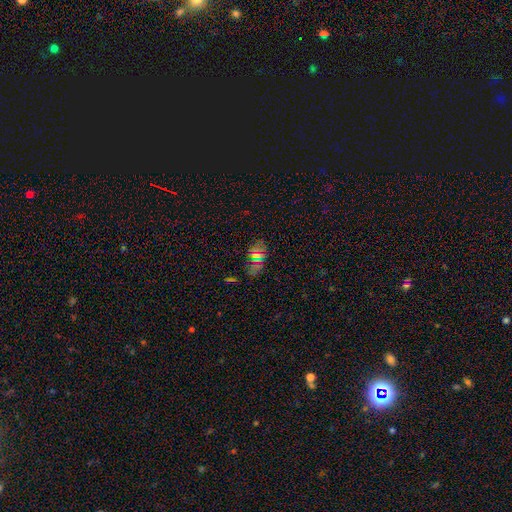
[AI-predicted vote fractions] A smooth galaxy with no disk features (59%) that is in between round and cigar-shaped (86%). Merging: none (82%).